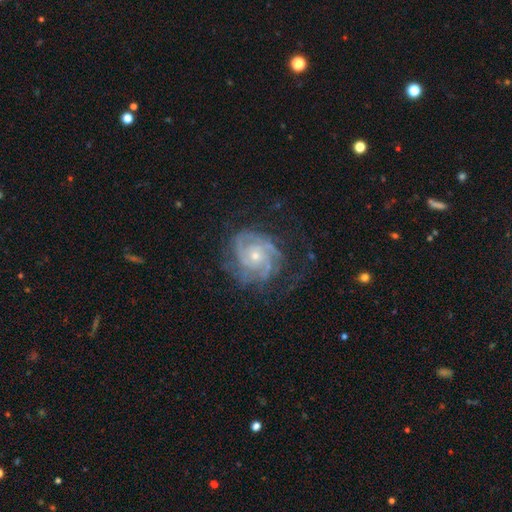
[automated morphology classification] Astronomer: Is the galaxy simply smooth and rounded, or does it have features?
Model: featured or disk — 87%.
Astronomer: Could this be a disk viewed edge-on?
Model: no — 98%.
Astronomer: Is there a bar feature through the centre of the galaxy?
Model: no — 76%.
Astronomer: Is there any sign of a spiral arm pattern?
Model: yes — 96%.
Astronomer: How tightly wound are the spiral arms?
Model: tight — 67%.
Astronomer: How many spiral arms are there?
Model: can't tell — 27% (runner-up: 3, 25%).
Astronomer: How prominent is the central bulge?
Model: small — 61%.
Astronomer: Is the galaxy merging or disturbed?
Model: none — 66%.